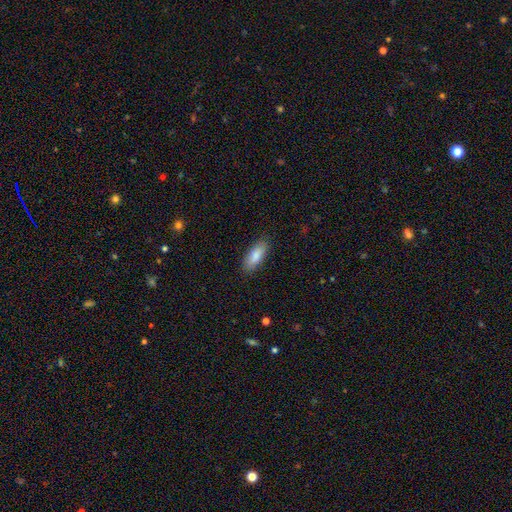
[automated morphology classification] This is clearly a smooth galaxy (86%). How rounded: likely in between (70%). Merging: clearly none (87%).